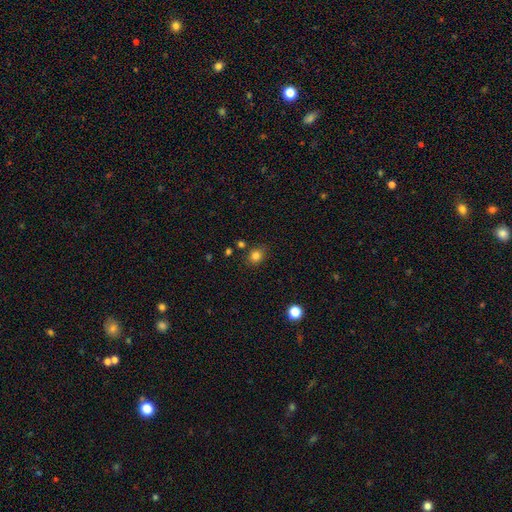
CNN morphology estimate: Smooth or featured? Predicted: smooth (p=0.81). How rounded? Predicted: round (p=0.69). Merging? Predicted: none (p=0.79).